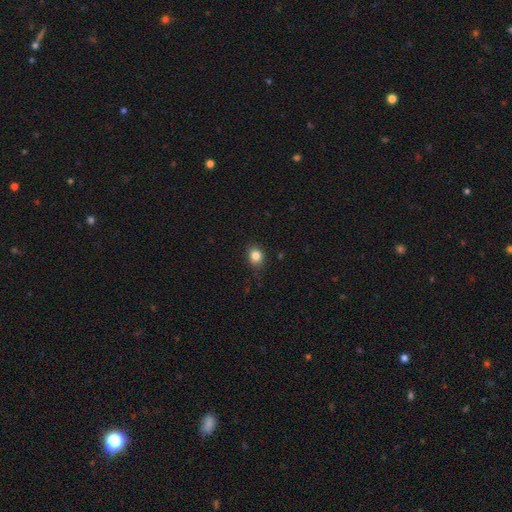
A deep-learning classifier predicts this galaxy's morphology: Smooth or featured: smooth — 83% (star or artifact — 11%)
How rounded: round — 63% (in between — 36%)
Merging: none — 84% (minor disturbance — 13%)